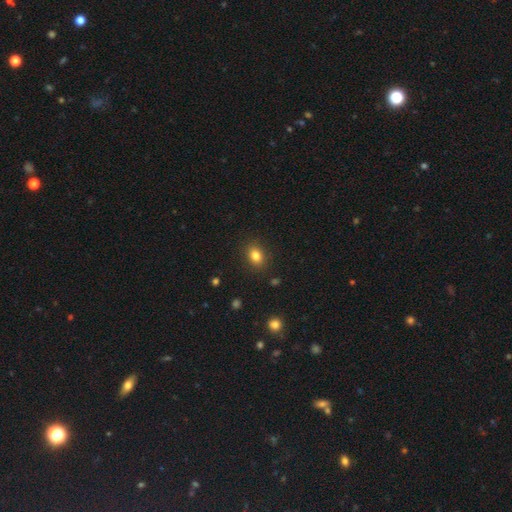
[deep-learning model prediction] smooth_or_featured: smooth (p=0.83) [alt: star or artifact p=0.11]
how_rounded: in between (p=0.61) [alt: round p=0.38]
merging: none (p=0.88) [alt: minor disturbance p=0.08]